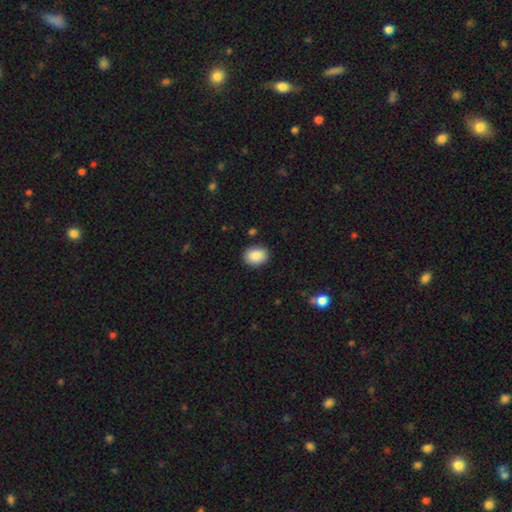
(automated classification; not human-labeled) A smooth galaxy with no disk features (88%) that is in between round and cigar-shaped (52%). Merging: none (88%).